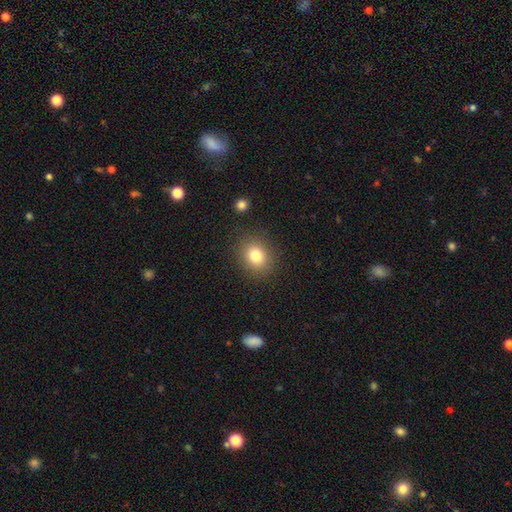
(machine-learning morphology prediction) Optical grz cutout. It shows a smooth galaxy with no disk features (80%) that is round (65%). Merging: none (87%).